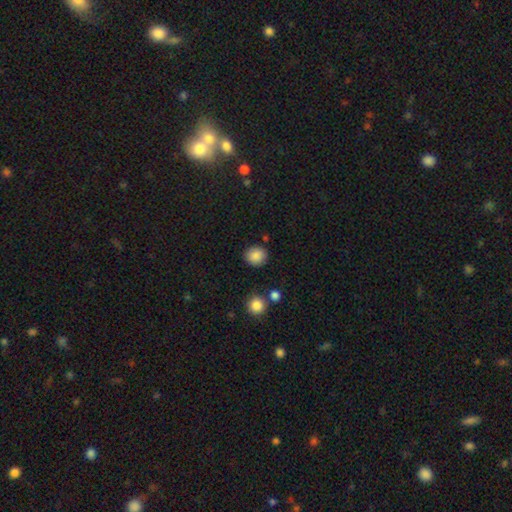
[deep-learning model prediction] Smooth or featured?
  - smooth: 87% *
  - star or artifact: 9%
  - featured or disk: 4%
How rounded?
  - round: 80% *
  - in between: 19%
  - cigar-shaped: 1%
Merging?
  - none: 85% *
  - minor disturbance: 9%
  - major disturbance: 3%
  - merger: 3%